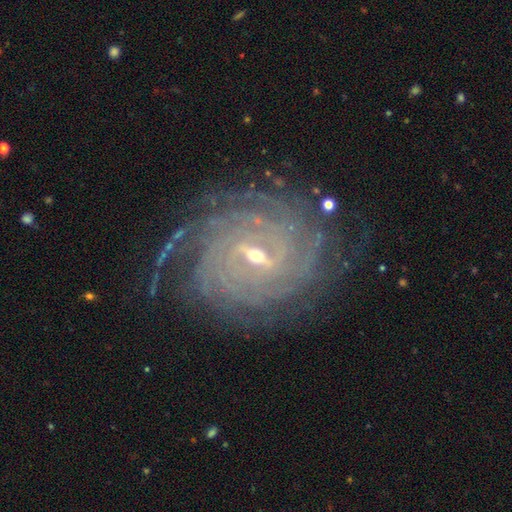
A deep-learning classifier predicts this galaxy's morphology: featured or disk 90%, star or artifact 6%, smooth 4%. Down the decision tree: edge-on disk — no (97%); bar — weak (49%); spiral arms — yes (98%); spiral arm count — more than 4 (33%); spiral winding — tight (84%); bulge size — small (65%); merging — none (79%).